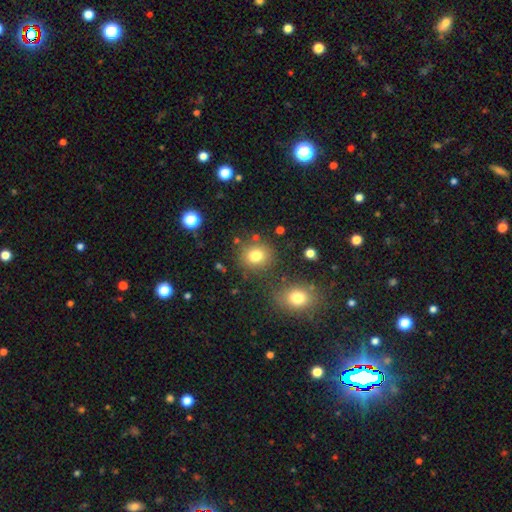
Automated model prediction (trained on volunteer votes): This is likely a smooth galaxy (78%). How rounded: likely round (79%). Merging: likely none (79%).